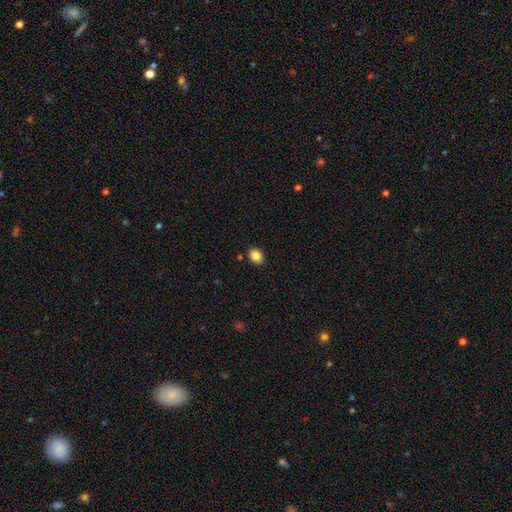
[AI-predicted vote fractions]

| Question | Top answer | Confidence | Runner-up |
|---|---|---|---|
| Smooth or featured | smooth | 86% | star or artifact (9%) |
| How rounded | in between | 57% | round (42%) |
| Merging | none | 87% | minor disturbance (8%) |